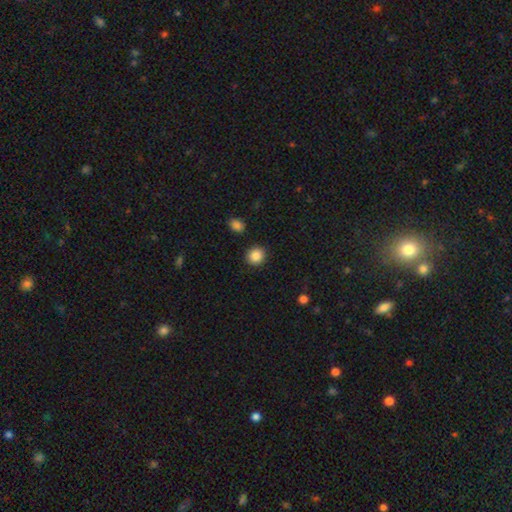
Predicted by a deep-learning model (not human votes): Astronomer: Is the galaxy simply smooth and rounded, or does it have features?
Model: smooth — 88%.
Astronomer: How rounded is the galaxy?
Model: round — 87%.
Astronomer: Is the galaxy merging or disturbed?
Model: none — 89%.